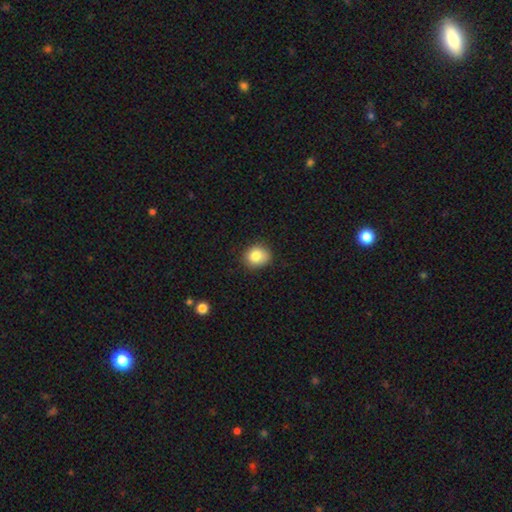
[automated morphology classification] The model was most divided on "how rounded": round: 69%, in between: 30%, cigar-shaped: 1%. More confident: smooth or featured — smooth (84%); merging — none (81%).